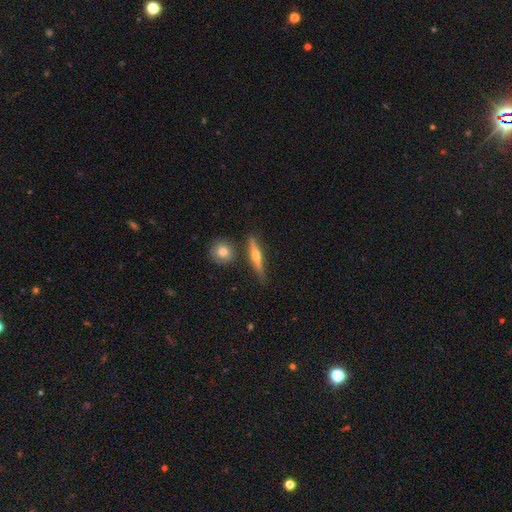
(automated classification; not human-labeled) Morphology: type=featured or disk (61%); edge-on=yes (95%); edge-on bulge=rounded (88%); merging=none (80%).